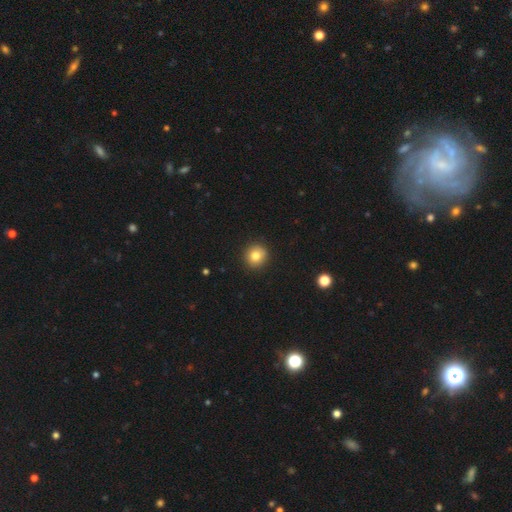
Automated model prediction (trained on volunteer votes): This is clearly a smooth galaxy (81%). How rounded: clearly round (92%). Merging: clearly none (92%).